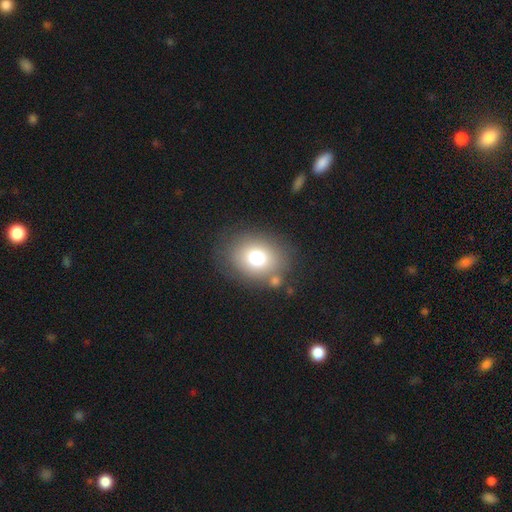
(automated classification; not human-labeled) Smooth or featured?
  - smooth: 77% *
  - featured or disk: 13%
  - star or artifact: 10%
How rounded?
  - in between: 60% *
  - round: 39%
  - cigar-shaped: 1%
Merging?
  - none: 75% *
  - minor disturbance: 13%
  - major disturbance: 6%
  - merger: 6%